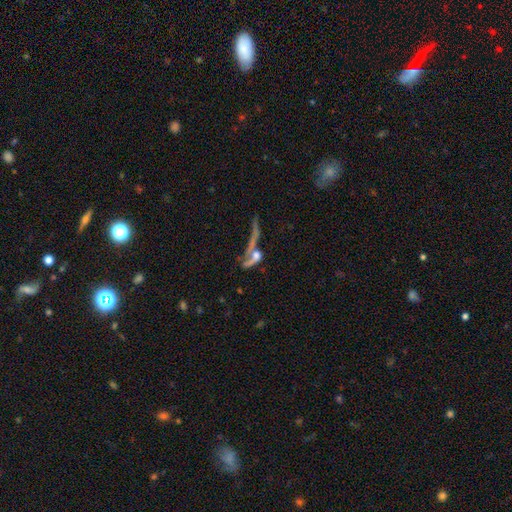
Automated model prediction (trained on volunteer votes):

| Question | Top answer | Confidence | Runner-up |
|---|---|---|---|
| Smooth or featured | featured or disk | 50% | smooth (36%) |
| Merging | merger | 40% | major disturbance (30%) |